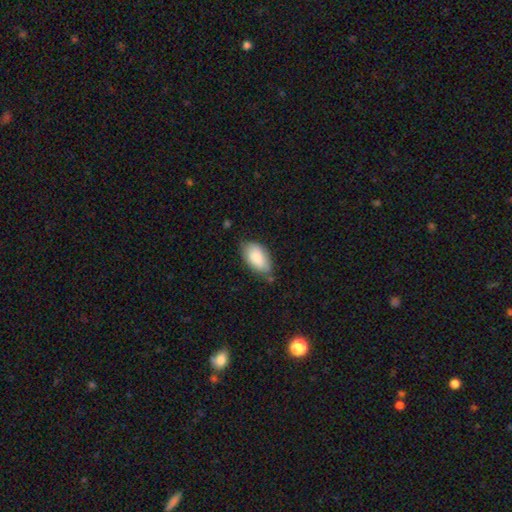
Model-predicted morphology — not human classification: smooth-or-featured: smooth: 84% | featured or disk: 10% | star or artifact: 6%
  how-rounded: in between: 94% | round: 3% | cigar-shaped: 2%
  merging: none: 66% | minor disturbance: 26% | major disturbance: 4% | merger: 3%